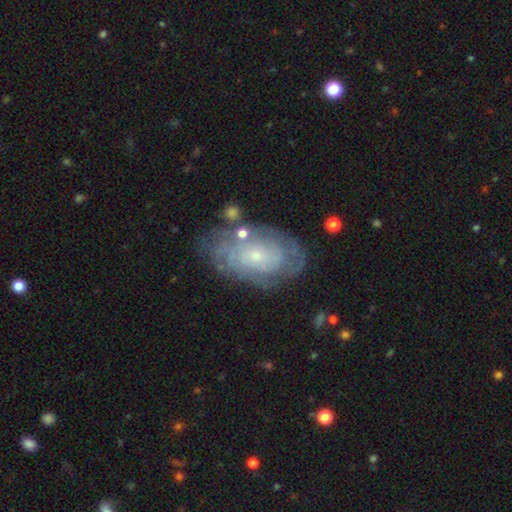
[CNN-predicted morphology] Smooth or featured?
  - featured or disk: 78% *
  - smooth: 15%
  - star or artifact: 7%
Edge-on disk?
  - no: 96% *
  - yes: 4%
Bar?
  - no: 79% *
  - weak: 18%
  - strong: 3%
Spiral arms?
  - yes: 90% *
  - no: 10%
Spiral winding?
  - tight: 76% *
  - medium: 18%
  - loose: 5%
Spiral arm count?
  - can't tell: 52% *
  - 4: 13%
  - 2: 11%
  - 3: 10%
  - more than 4: 9%
  - 1: 5%
Bulge size?
  - small: 78% *
  - moderate: 18%
  - none: 2%
  - large: 2%
  - dominant: 1%
Merging?
  - none: 71% *
  - minor disturbance: 18%
  - major disturbance: 7%
  - merger: 4%